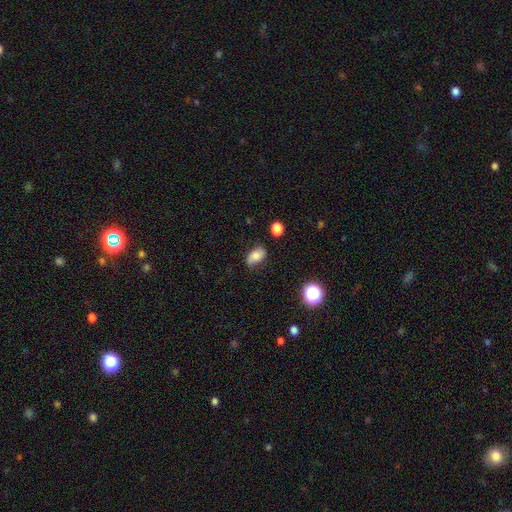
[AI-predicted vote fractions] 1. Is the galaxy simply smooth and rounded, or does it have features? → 65% smooth, 24% featured or disk, 11% star or artifact.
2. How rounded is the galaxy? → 89% in between, 9% round, 2% cigar-shaped.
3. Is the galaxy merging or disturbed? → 66% none, 25% minor disturbance, 6% major disturbance, 2% merger.